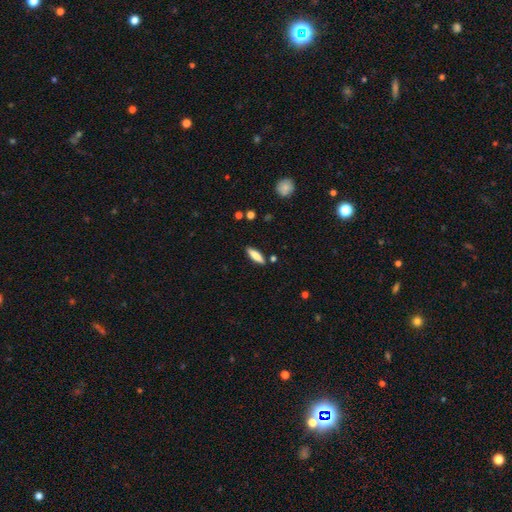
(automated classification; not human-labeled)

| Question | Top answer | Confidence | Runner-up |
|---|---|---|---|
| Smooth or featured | smooth | 76% | featured or disk (17%) |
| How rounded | cigar-shaped | 60% | in between (38%) |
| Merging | none | 86% | minor disturbance (10%) |